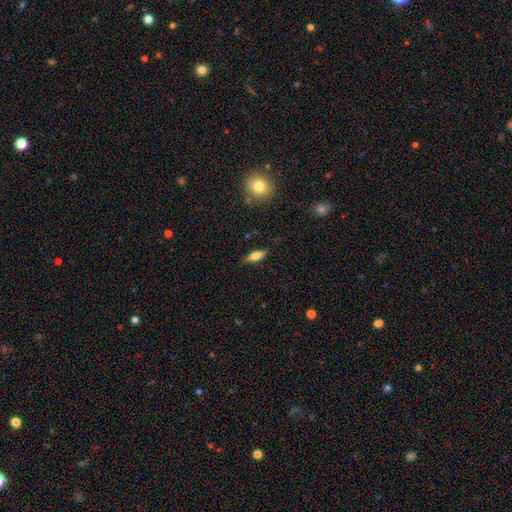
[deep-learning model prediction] smooth-or-featured: smooth: 64% | featured or disk: 29% | star or artifact: 7%
  how-rounded: in between: 64% | cigar-shaped: 33% | round: 3%
  merging: none: 82% | minor disturbance: 14% | major disturbance: 3% | merger: 2%